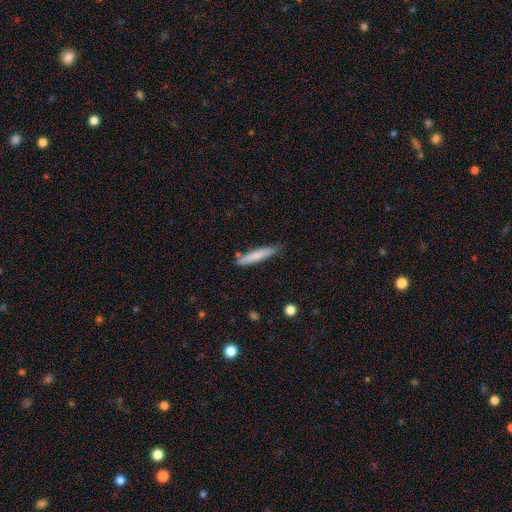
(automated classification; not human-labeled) smooth 74%, featured or disk 20%, star or artifact 6%. Down the decision tree: how rounded — cigar-shaped (92%); merging — none (80%).